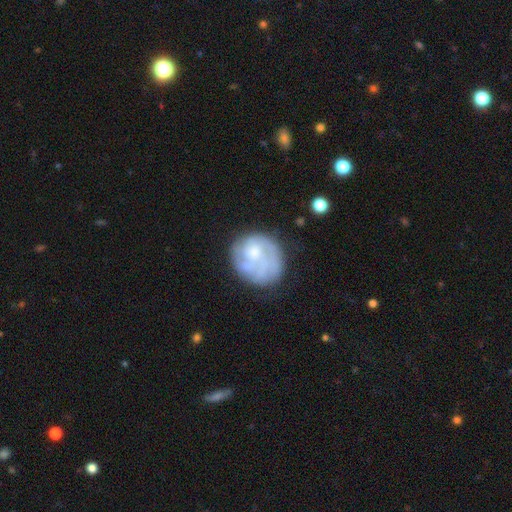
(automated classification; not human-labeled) Smooth or featured?
  - featured or disk: 54% *
  - smooth: 38%
  - star or artifact: 7%
Edge-on disk?
  - no: 98% *
  - yes: 2%
Bar?
  - no: 80% *
  - weak: 17%
  - strong: 3%
Spiral arms?
  - yes: 56% *
  - no: 44%
Bulge size?
  - moderate: 40% *
  - small: 26%
  - none: 23%
  - large: 10%
  - dominant: 2%
Merging?
  - none: 60% *
  - minor disturbance: 22%
  - major disturbance: 14%
  - merger: 3%